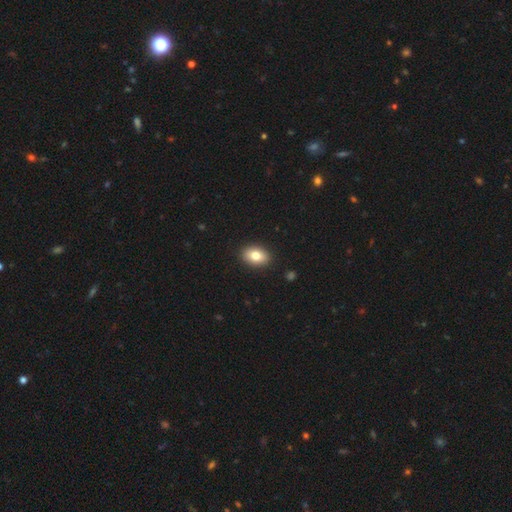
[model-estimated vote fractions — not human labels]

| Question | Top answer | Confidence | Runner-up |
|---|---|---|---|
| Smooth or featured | smooth | 79% | featured or disk (13%) |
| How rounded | in between | 79% | round (19%) |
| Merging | none | 90% | minor disturbance (7%) |